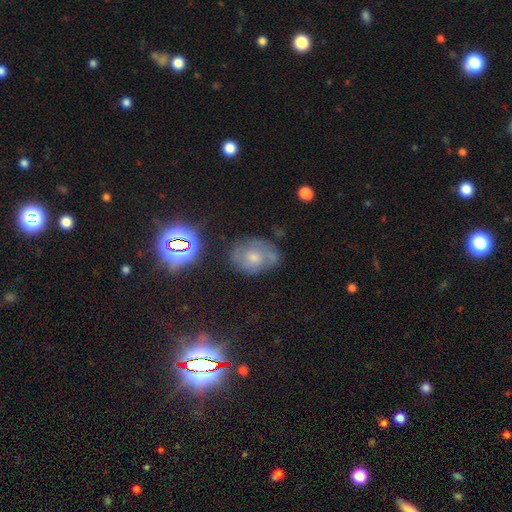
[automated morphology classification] Smooth or featured? featured or disk (46%)
Merging? none (68%)